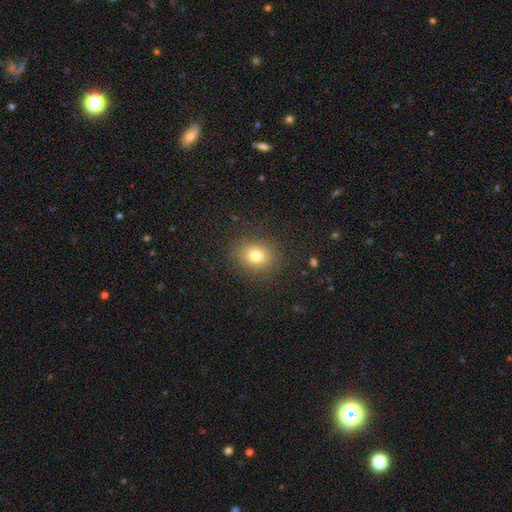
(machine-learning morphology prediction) smooth-or-featured: smooth: 77% | star or artifact: 13% | featured or disk: 9%
  how-rounded: round: 62% | in between: 37% | cigar-shaped: 1%
  merging: none: 87% | minor disturbance: 9% | major disturbance: 4% | merger: 1%